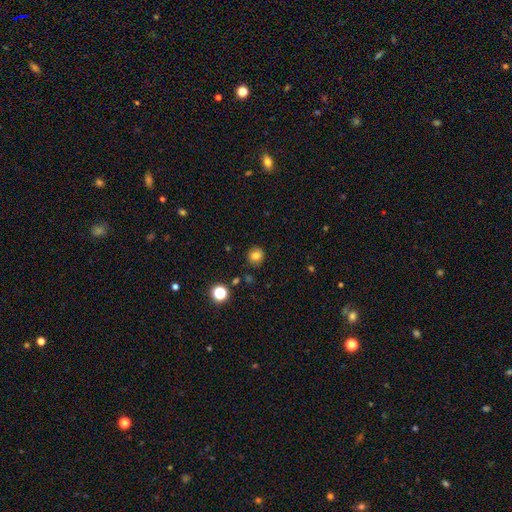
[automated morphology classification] smooth-or-featured: smooth: 80% | star or artifact: 14% | featured or disk: 7%
  how-rounded: round: 90% | in between: 9% | cigar-shaped: 1%
  merging: none: 89% | minor disturbance: 7% | major disturbance: 2% | merger: 2%